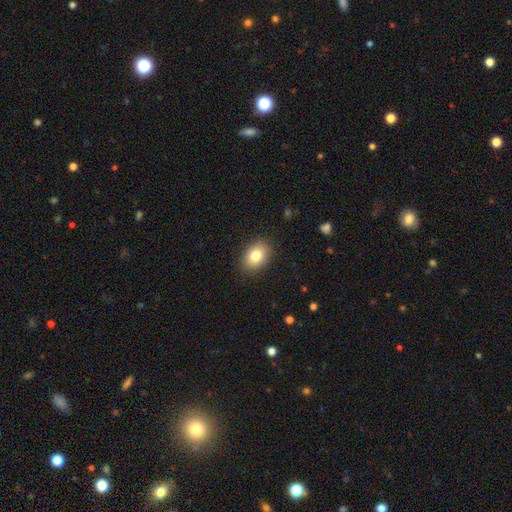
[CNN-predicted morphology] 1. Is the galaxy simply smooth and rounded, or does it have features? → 82% smooth, 10% featured or disk, 8% star or artifact.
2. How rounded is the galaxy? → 81% in between, 18% round, 1% cigar-shaped.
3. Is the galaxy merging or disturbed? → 88% none, 9% minor disturbance, 2% major disturbance, 1% merger.